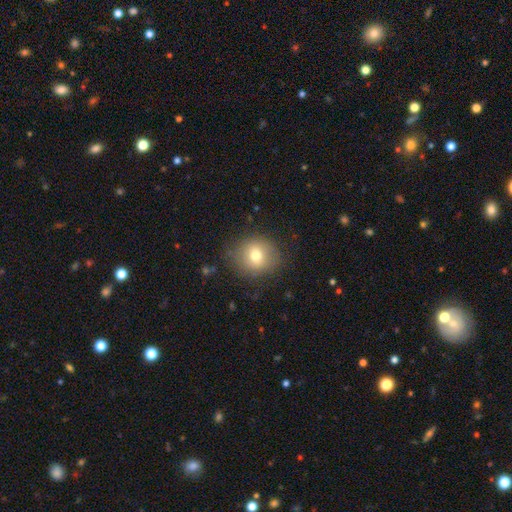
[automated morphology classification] The model was most divided on "smooth or featured": smooth: 74%, featured or disk: 16%, star or artifact: 11%. More confident: how rounded — round (79%); merging — none (79%).